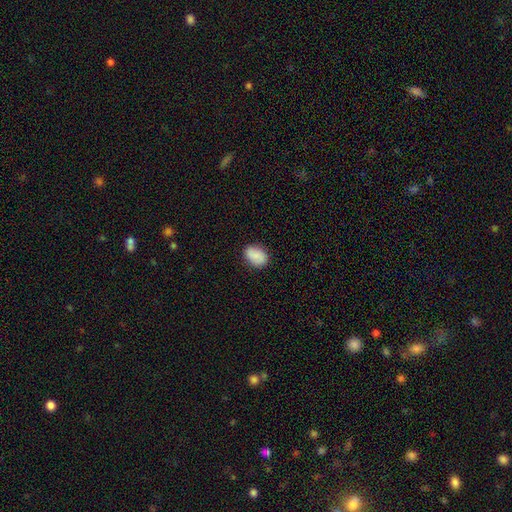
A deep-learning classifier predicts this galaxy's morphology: A smooth galaxy with no disk features (87%) that is in between round and cigar-shaped (75%). Merging: none (85%).